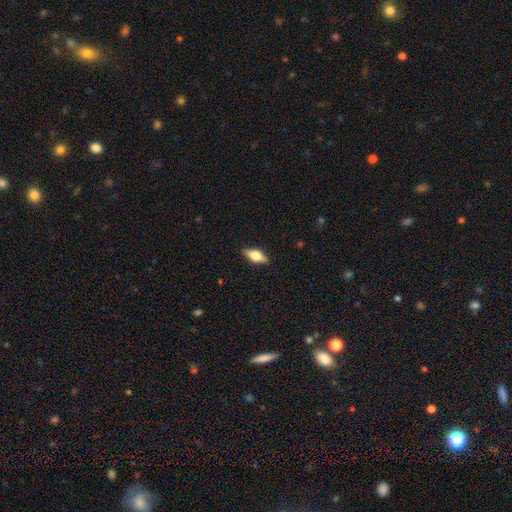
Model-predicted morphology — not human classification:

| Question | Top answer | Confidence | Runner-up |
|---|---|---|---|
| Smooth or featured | smooth | 55% | featured or disk (38%) |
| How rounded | in between | 75% | cigar-shaped (21%) |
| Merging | none | 88% | minor disturbance (9%) |